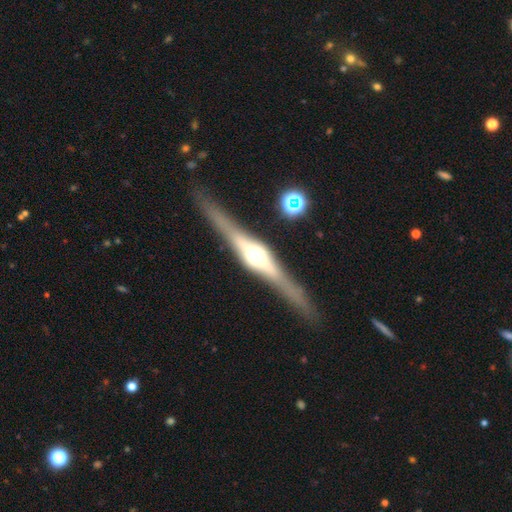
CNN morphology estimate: featured or disk 80%, smooth 14%, star or artifact 6%. Down the decision tree: edge-on disk — yes (97%); edge-on bulge — rounded (90%); merging — none (85%).